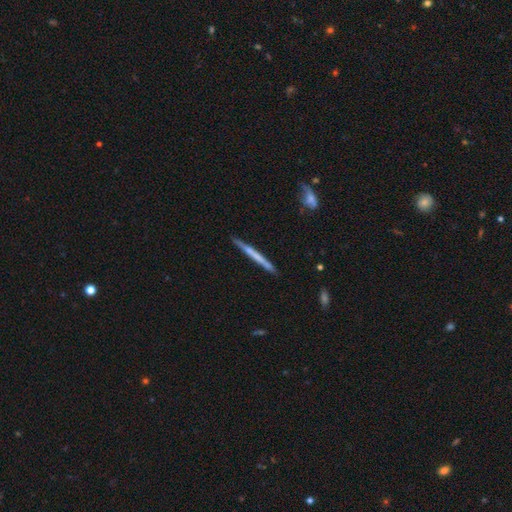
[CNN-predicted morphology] featured or disk 50%, smooth 44%, star or artifact 6%. Down the decision tree: edge-on disk — yes (96%); merging — none (87%).